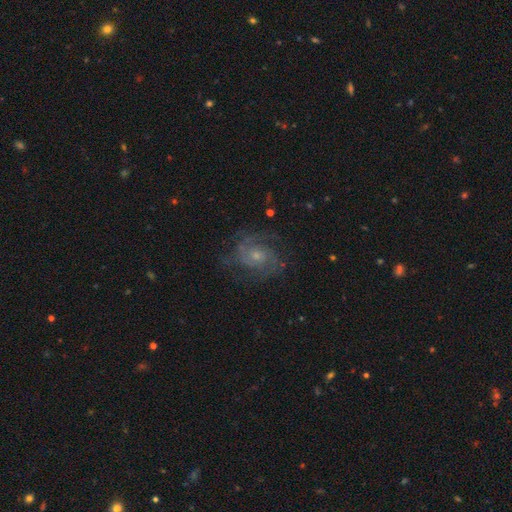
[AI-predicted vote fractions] featured or disk 77%, smooth 13%, star or artifact 9%. Down the decision tree: edge-on disk — no (98%); bar — no (70%); spiral arms — yes (92%); spiral arm count — 2 (55%); spiral winding — medium (47%); bulge size — small (58%); merging — none (70%).